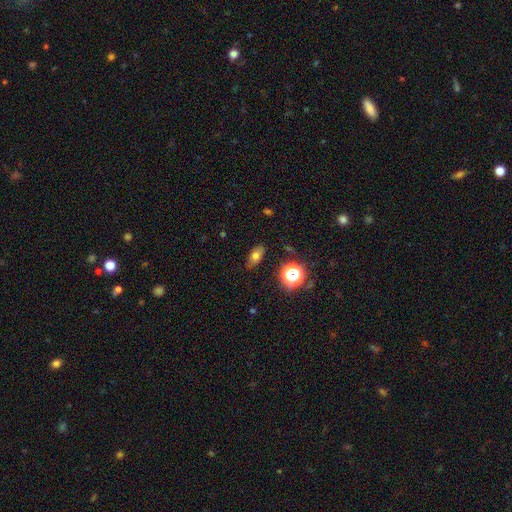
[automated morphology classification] Smooth or featured?
  - smooth: 69% *
  - featured or disk: 16%
  - star or artifact: 16%
How rounded?
  - in between: 78% *
  - round: 12%
  - cigar-shaped: 9%
Merging?
  - none: 85% *
  - minor disturbance: 11%
  - major disturbance: 3%
  - merger: 2%